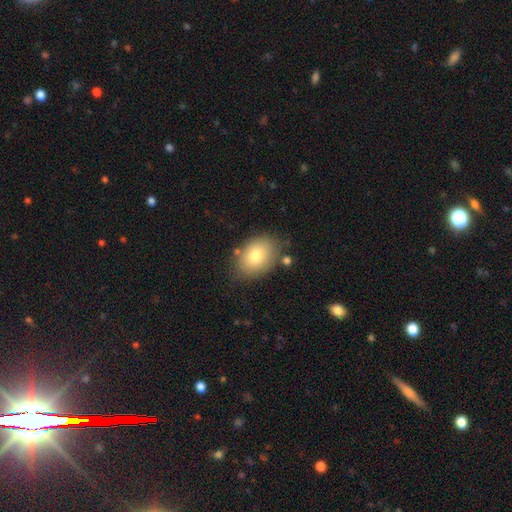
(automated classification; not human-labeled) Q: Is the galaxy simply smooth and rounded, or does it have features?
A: smooth — 78%.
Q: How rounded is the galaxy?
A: in between — 78%.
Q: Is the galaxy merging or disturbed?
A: none — 77%.